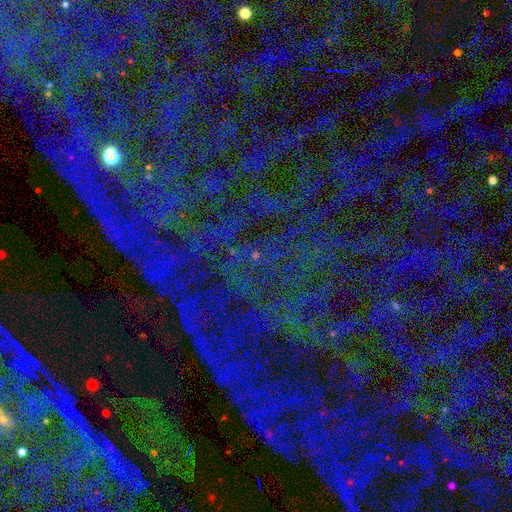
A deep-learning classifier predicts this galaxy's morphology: Smooth or featured?
  - star or artifact: 81% *
  - smooth: 11%
  - featured or disk: 8%